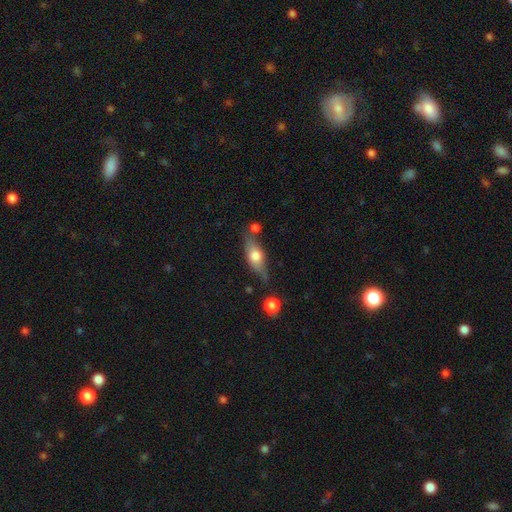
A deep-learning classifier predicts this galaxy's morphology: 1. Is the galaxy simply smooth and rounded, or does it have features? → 49% smooth, 44% featured or disk, 7% star or artifact.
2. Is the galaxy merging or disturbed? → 61% none, 21% minor disturbance, 12% merger, 6% major disturbance.